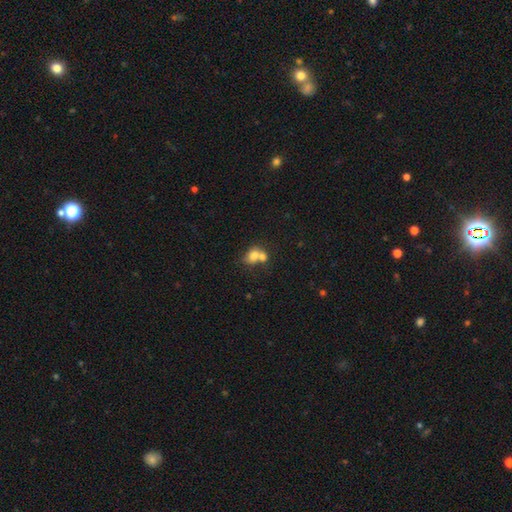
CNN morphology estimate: smooth 74%, featured or disk 16%, star or artifact 11%. Down the decision tree: how rounded — in between (56%); merging — merger (62%).